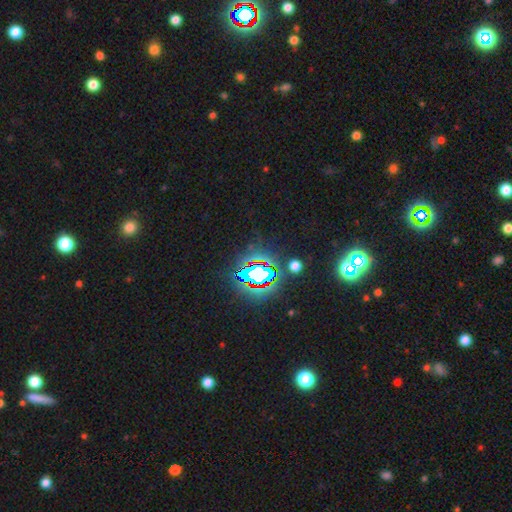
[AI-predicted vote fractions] smooth-or-featured: star or artifact: 84% | smooth: 9% | featured or disk: 7%